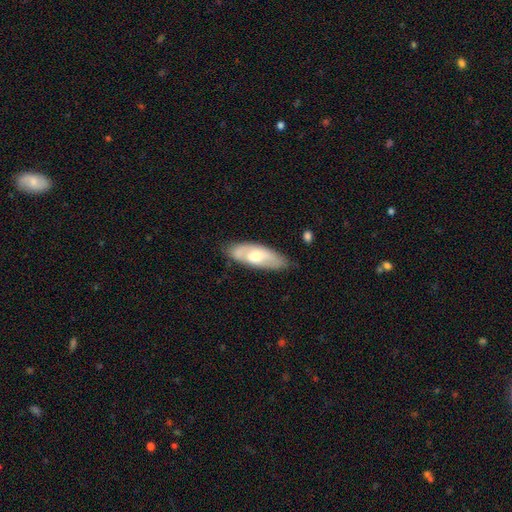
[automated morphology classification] The model was most divided on "smooth or featured": featured or disk: 49%, smooth: 45%, star or artifact: 6%. More confident: merging — none (71%).